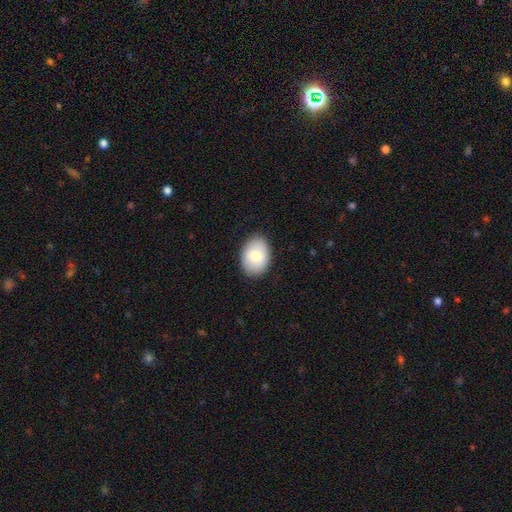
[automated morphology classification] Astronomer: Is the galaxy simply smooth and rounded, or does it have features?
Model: smooth — 78%.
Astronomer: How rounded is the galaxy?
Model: in between — 78%.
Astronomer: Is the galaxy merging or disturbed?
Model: none — 87%.